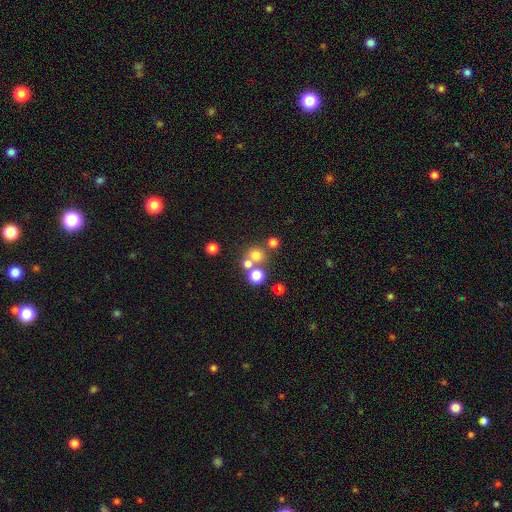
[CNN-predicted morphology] This is likely a smooth galaxy (69%). How rounded: clearly round (86%). Merging: possibly none (59%).